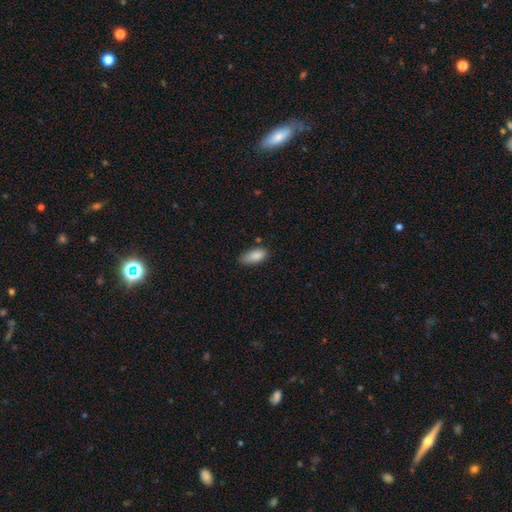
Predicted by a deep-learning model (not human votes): Smooth or featured? Predicted: smooth (p=0.87). How rounded? Predicted: in between (p=0.85). Merging? Predicted: none (p=0.65).